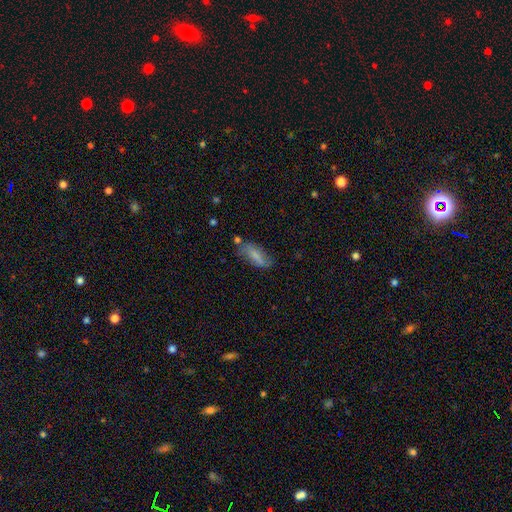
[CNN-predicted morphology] This is likely a smooth galaxy (71%). How rounded: likely in between (71%). Merging: possibly none (57%).